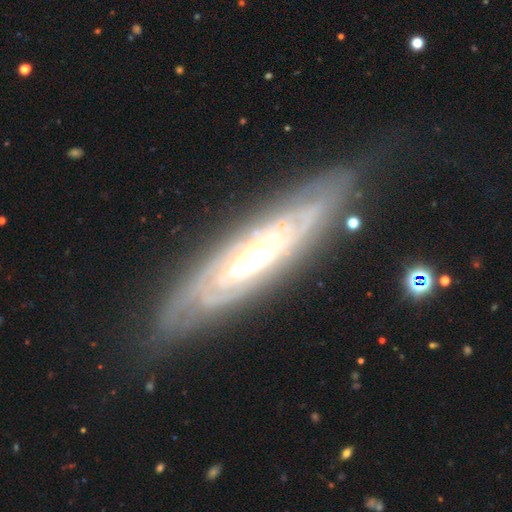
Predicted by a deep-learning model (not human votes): Overall: featured or disk (84%). Edge-on disk: no (71%). Bar: no (60%; weak 26%). Spiral arms: yes (87%). Spiral arm count: can't tell (64%). Spiral winding: tight (78%). Bulge size: moderate (53%; small 29%). Merging: none (76%).